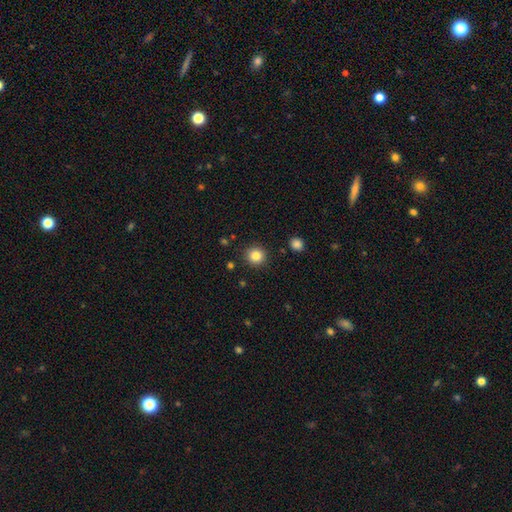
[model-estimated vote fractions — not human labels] Smooth or featured?
  - smooth: 85% *
  - star or artifact: 10%
  - featured or disk: 5%
How rounded?
  - round: 93% *
  - in between: 6%
  - cigar-shaped: 1%
Merging?
  - none: 90% *
  - minor disturbance: 6%
  - major disturbance: 2%
  - merger: 2%